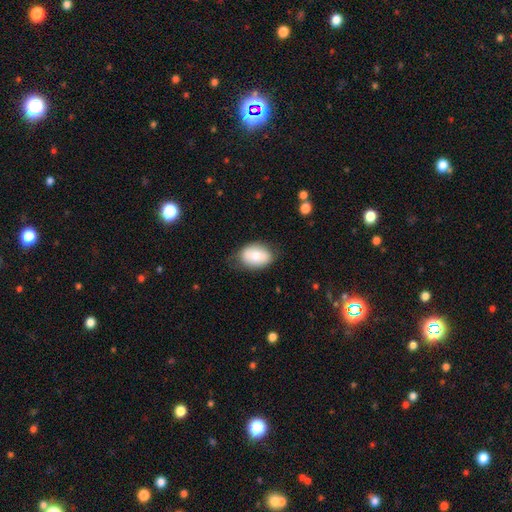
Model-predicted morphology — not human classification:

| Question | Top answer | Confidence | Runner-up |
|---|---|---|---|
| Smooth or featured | smooth | 72% | featured or disk (21%) |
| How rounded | in between | 84% | round (15%) |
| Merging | none | 72% | minor disturbance (21%) |